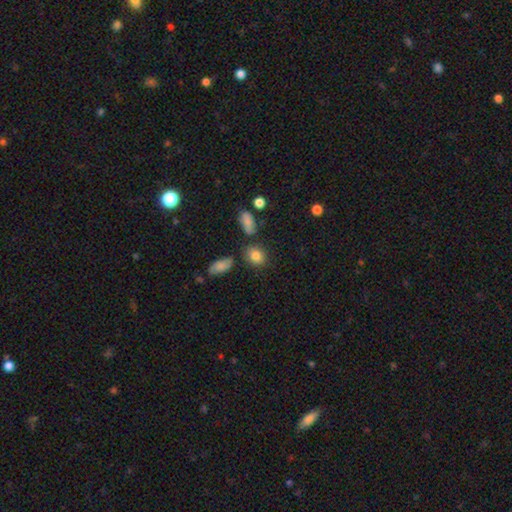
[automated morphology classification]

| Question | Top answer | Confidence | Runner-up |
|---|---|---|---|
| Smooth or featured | smooth | 83% | star or artifact (10%) |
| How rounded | in between | 52% | round (46%) |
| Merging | none | 75% | minor disturbance (13%) |